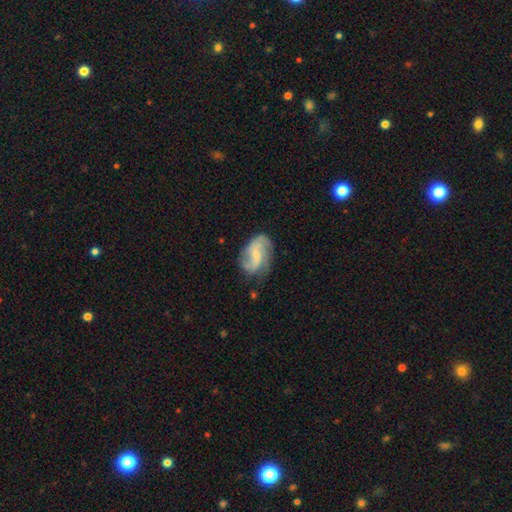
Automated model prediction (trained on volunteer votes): Smooth or featured? Predicted: featured or disk (p=0.74). Edge-on disk? Predicted: no (p=0.97). Bar? Predicted: weak (p=0.48). Spiral arms? Predicted: yes (p=0.92). Spiral winding? Predicted: medium (p=0.43). Spiral arm count? Predicted: 2 (p=0.52). Bulge size? Predicted: small (p=0.59). Merging? Predicted: none (p=0.63).